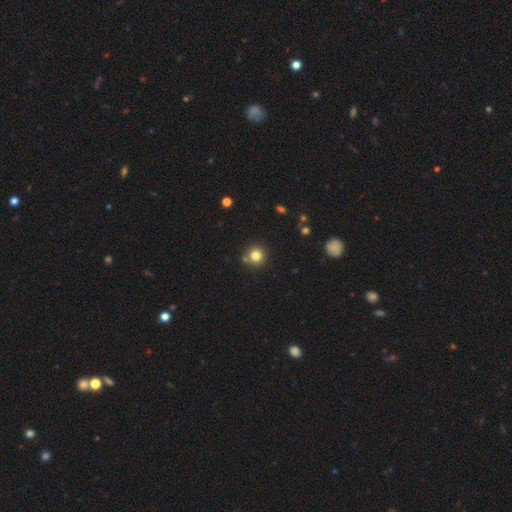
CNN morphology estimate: Smooth or featured?
  - smooth: 80% *
  - star or artifact: 13%
  - featured or disk: 8%
How rounded?
  - round: 93% *
  - in between: 6%
  - cigar-shaped: 1%
Merging?
  - none: 79% *
  - merger: 10%
  - minor disturbance: 8%
  - major disturbance: 2%